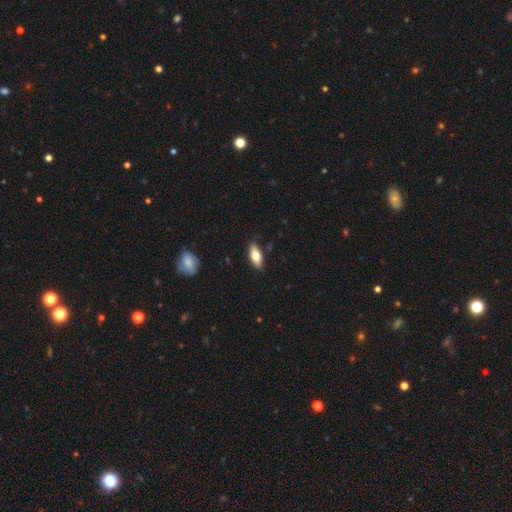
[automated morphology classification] This appears to be a smooth galaxy with no disk features (77%) that is in between round and cigar-shaped (84%). Merging: none (85%).